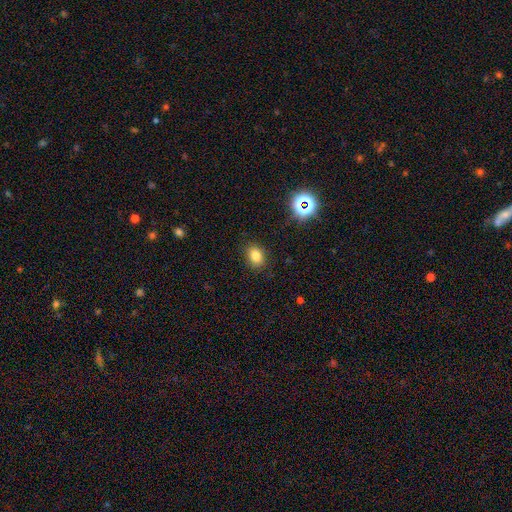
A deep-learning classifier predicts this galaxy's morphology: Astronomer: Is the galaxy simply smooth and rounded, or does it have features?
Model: smooth — 79%.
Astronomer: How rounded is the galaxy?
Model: in between — 60% (runner-up: round, 39%).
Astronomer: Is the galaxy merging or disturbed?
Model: none — 86%.